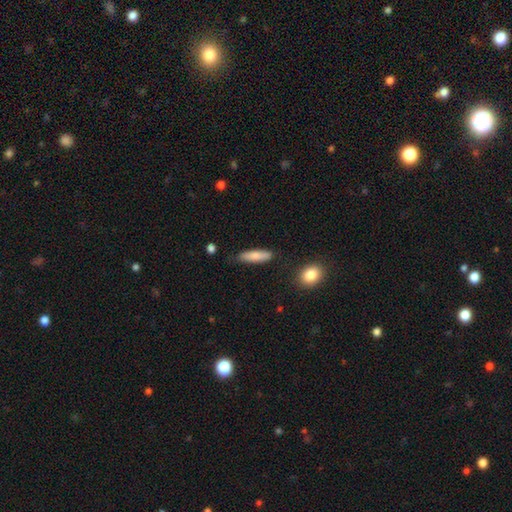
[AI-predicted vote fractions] Q: Smooth or featured?
A: smooth (81%); runner-up: featured or disk (13%)
Q: How rounded?
A: cigar-shaped (61%); runner-up: in between (37%)
Q: Merging?
A: none (80%); runner-up: minor disturbance (14%)